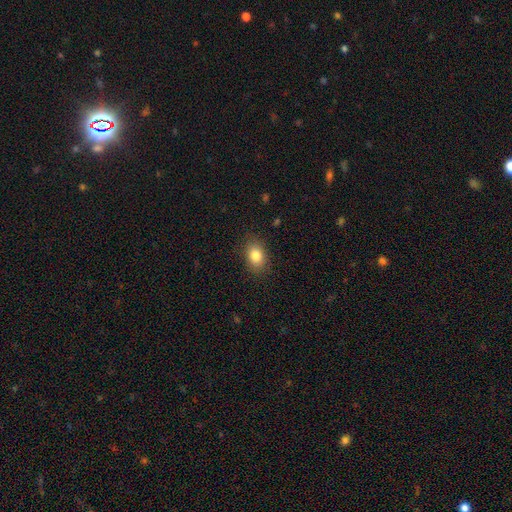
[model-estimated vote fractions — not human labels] This is clearly a smooth galaxy (84%). How rounded: likely in between (79%). Merging: clearly none (86%).